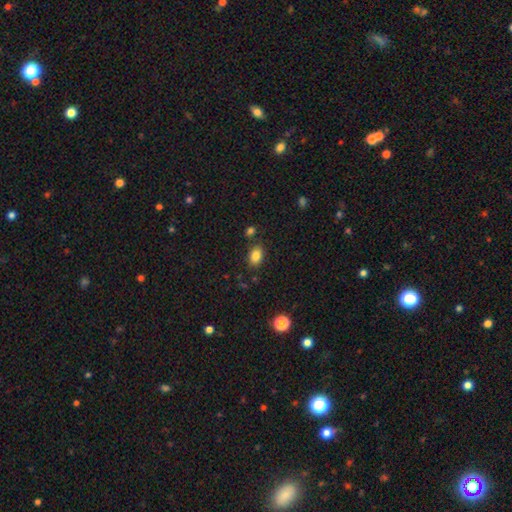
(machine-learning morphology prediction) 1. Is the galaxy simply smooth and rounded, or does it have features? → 83% smooth, 10% star or artifact, 7% featured or disk.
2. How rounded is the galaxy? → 78% in between, 21% round, 1% cigar-shaped.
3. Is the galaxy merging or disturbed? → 81% none, 11% minor disturbance, 5% merger, 3% major disturbance.